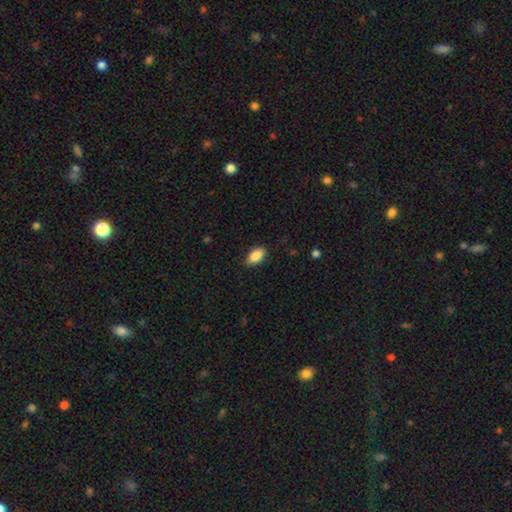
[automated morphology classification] Smooth or featured?
  - smooth: 87% *
  - star or artifact: 7%
  - featured or disk: 6%
How rounded?
  - in between: 91% *
  - round: 5%
  - cigar-shaped: 5%
Merging?
  - none: 82% *
  - minor disturbance: 15%
  - major disturbance: 3%
  - merger: 1%